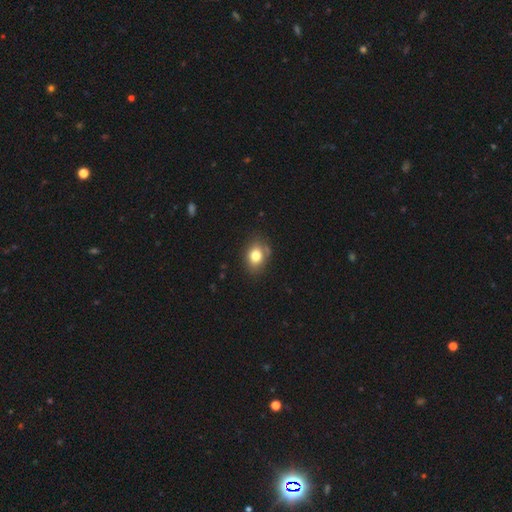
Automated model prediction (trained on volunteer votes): Morphology: type=smooth (79%); roundness=in between (65%); merging=none (74%).